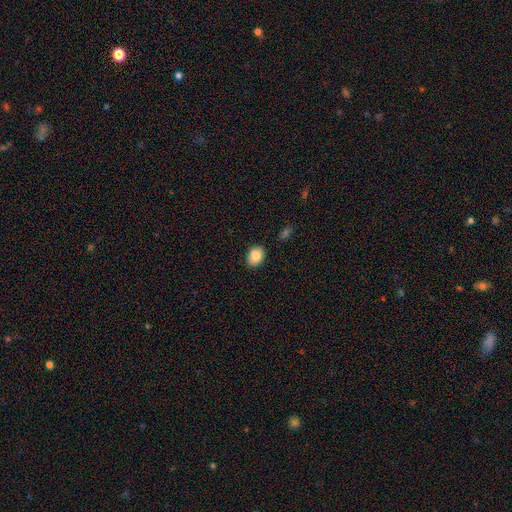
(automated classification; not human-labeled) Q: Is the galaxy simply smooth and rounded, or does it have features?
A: smooth — 84%.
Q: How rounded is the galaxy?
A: in between — 65%.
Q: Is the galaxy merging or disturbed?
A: none — 84%.